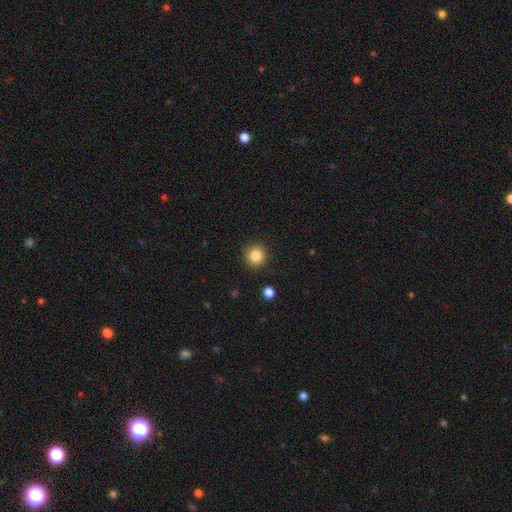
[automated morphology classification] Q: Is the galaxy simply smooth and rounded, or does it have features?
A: smooth — 84%.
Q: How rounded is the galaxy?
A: round — 93%.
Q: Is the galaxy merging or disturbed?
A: none — 90%.